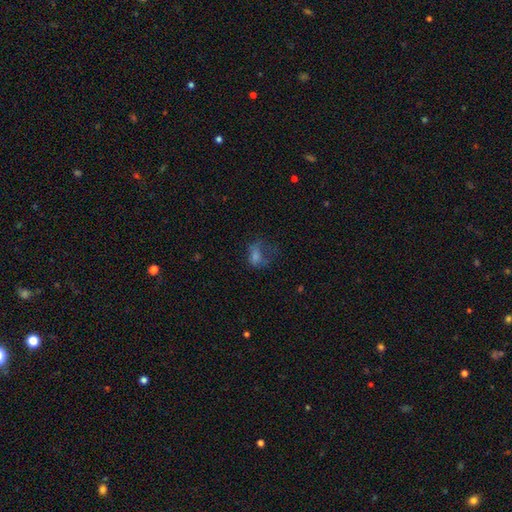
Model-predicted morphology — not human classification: type=smooth (49%); merging=major disturbance (43%).